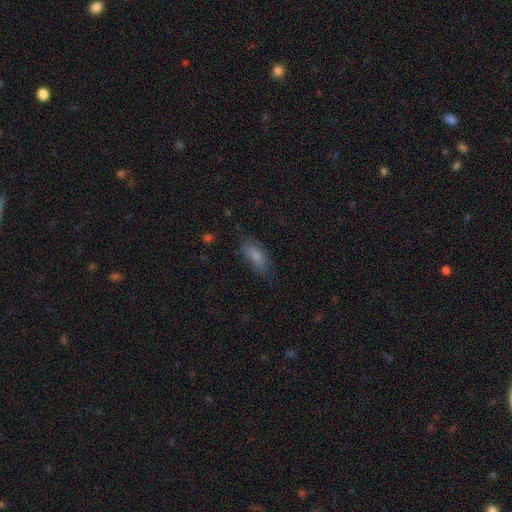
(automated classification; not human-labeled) Q: Smooth or featured?
A: smooth (82%); runner-up: featured or disk (11%)
Q: How rounded?
A: in between (76%); runner-up: cigar-shaped (22%)
Q: Merging?
A: none (74%); runner-up: minor disturbance (19%)